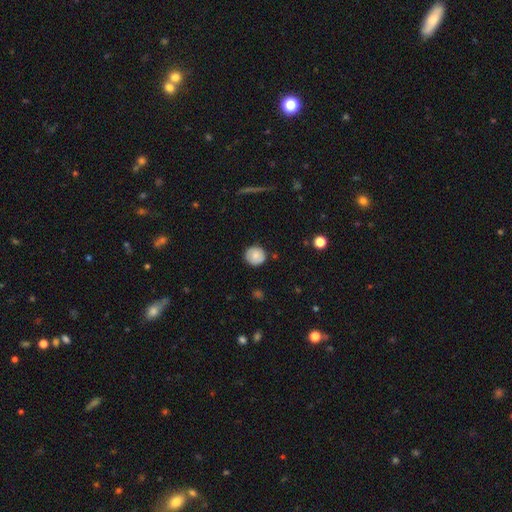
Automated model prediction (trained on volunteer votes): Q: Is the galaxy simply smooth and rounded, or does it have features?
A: smooth — 77%.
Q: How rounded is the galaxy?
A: round — 91%.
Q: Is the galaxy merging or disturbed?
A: none — 85%.